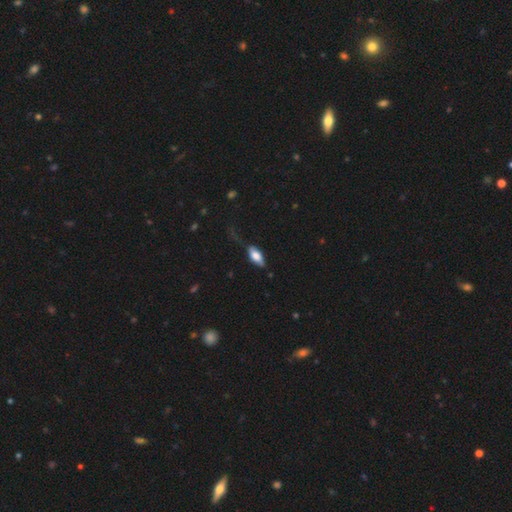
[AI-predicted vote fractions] smooth-or-featured: smooth: 69% | featured or disk: 24% | star or artifact: 6%
  how-rounded: in between: 83% | cigar-shaped: 14% | round: 3%
  merging: none: 53% | minor disturbance: 29% | major disturbance: 15% | merger: 3%